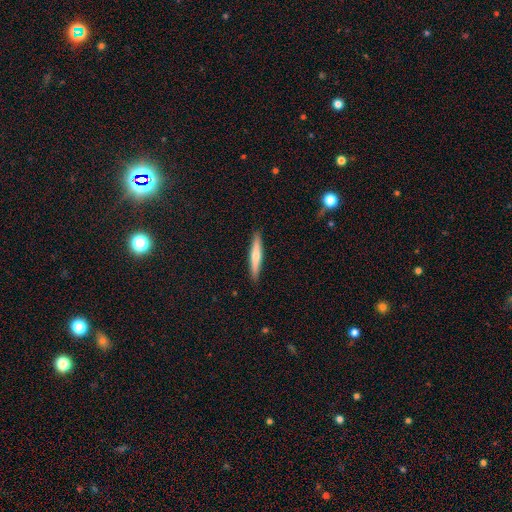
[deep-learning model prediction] Smooth or featured? smooth (57%)
How rounded? cigar-shaped (93%)
Merging? none (91%)